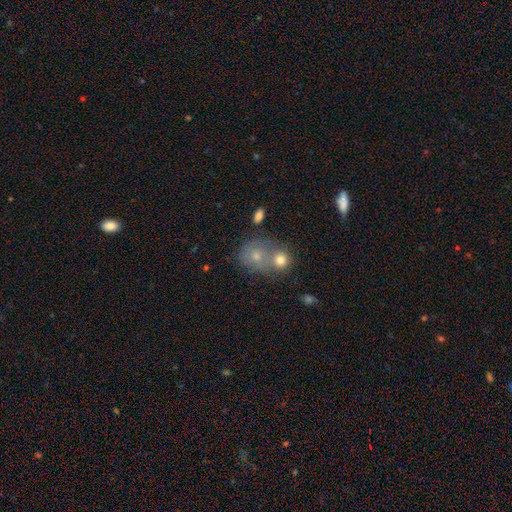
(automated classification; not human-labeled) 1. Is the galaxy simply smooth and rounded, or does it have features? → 68% smooth, 22% featured or disk, 11% star or artifact.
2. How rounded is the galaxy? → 67% round, 32% in between, 1% cigar-shaped.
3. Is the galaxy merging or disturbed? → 52% merger, 32% none, 11% minor disturbance, 5% major disturbance.